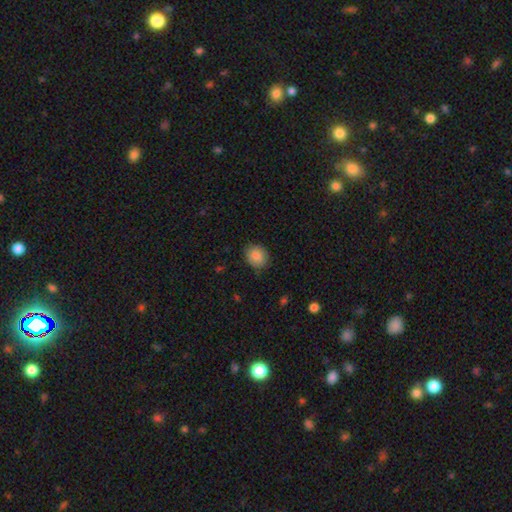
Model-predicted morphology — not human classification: Overall: smooth (86%). How rounded: round (64%; in between 35%). Merging: none (83%).